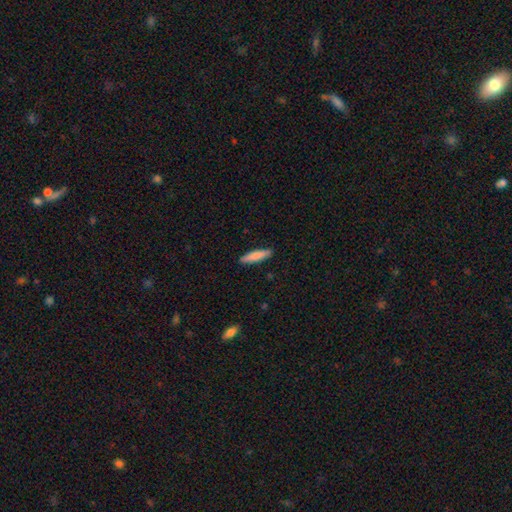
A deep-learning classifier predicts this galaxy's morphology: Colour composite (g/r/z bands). It shows a smooth galaxy with no disk features (83%) that is cigar-shaped (80%). Merging: none (90%).